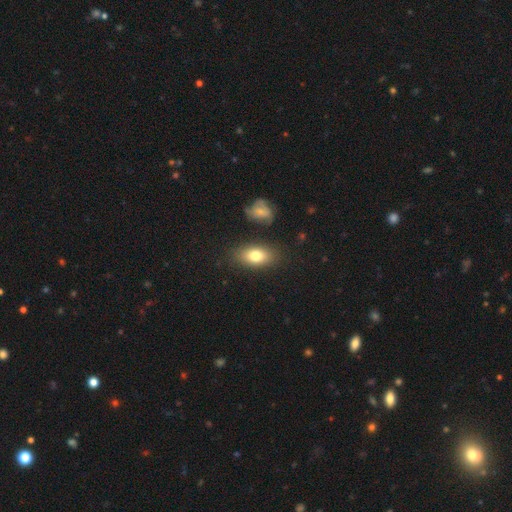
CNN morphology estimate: This appears to be a smooth galaxy with no disk features (78%) that is in between round and cigar-shaped (87%). Merging: none (82%).